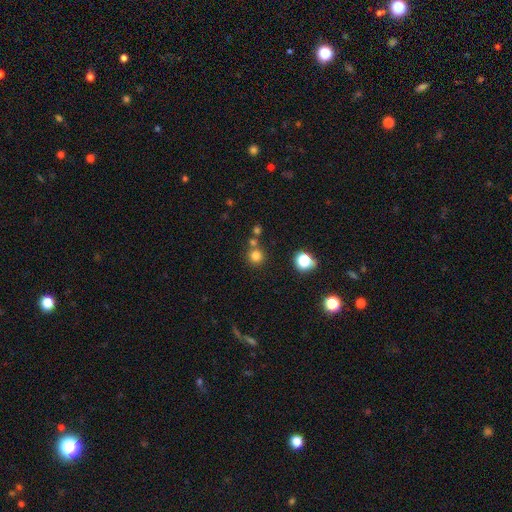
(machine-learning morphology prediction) A smooth galaxy with no disk features (77%) that is round (93%). Merging: none (72%).